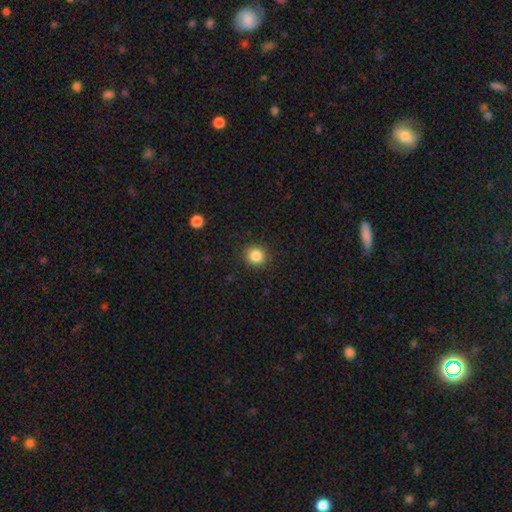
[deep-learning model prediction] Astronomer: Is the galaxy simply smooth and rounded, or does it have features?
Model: smooth — 85%.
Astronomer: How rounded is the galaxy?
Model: round — 89%.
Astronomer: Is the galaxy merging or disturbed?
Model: none — 91%.